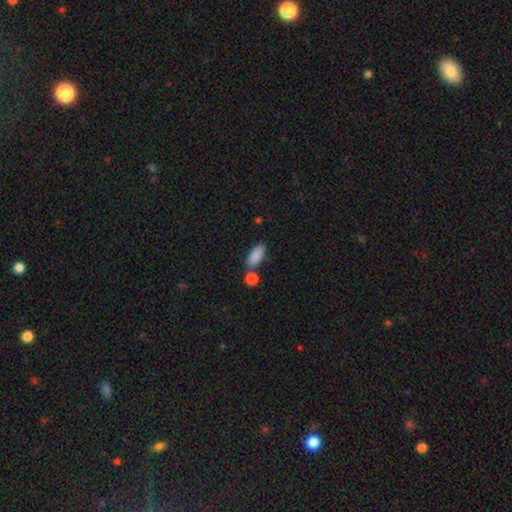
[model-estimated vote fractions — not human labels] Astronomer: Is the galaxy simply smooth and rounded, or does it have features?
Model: smooth — 87%.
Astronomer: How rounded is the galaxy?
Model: in between — 89%.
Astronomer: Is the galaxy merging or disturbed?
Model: none — 63%.